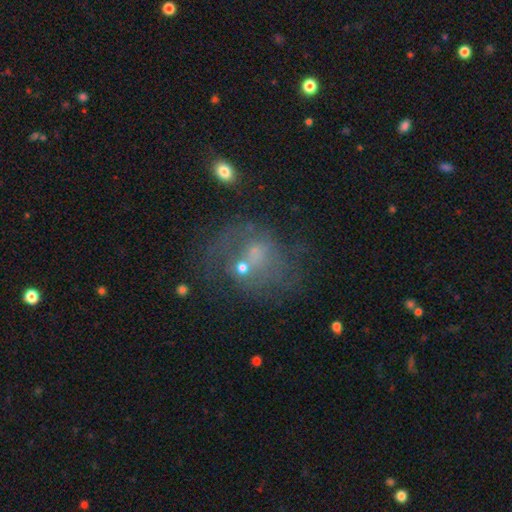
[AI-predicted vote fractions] featured or disk 47%, smooth 35%, star or artifact 17%. Down the decision tree: merging — none (41%).